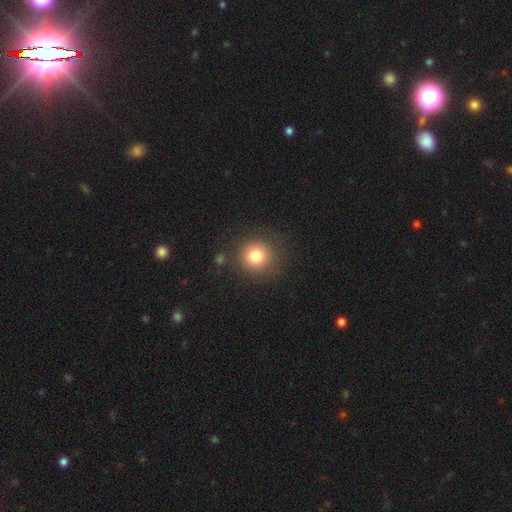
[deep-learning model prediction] Q: Smooth or featured?
A: smooth (81%); runner-up: star or artifact (11%)
Q: How rounded?
A: round (92%); runner-up: in between (7%)
Q: Merging?
A: none (85%); runner-up: minor disturbance (8%)